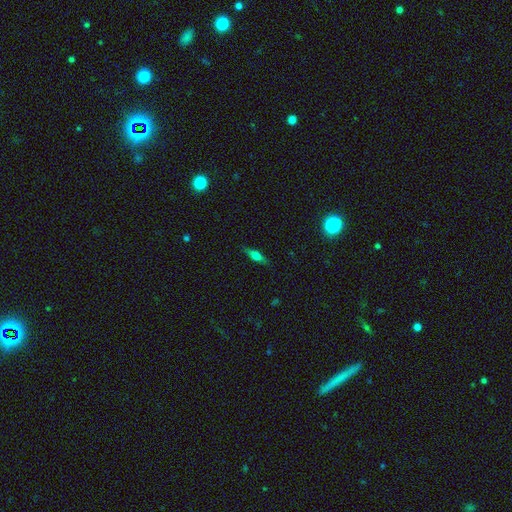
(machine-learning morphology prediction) This appears to be a featured or disk galaxy (50%). Merging: none (87%).